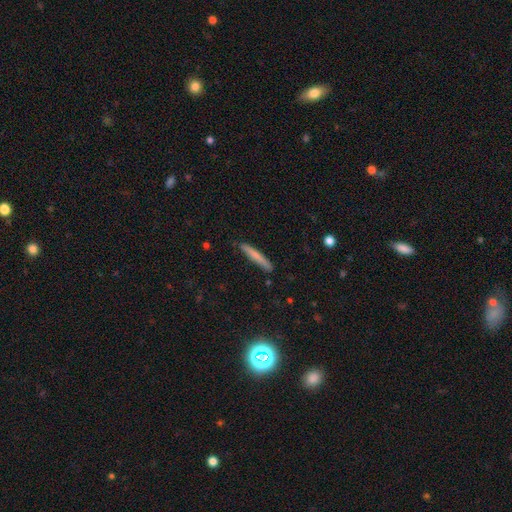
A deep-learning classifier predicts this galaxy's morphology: smooth-or-featured: smooth: 68% | featured or disk: 25% | star or artifact: 7%
  how-rounded: cigar-shaped: 95% | in between: 3% | round: 1%
  merging: none: 86% | minor disturbance: 11% | major disturbance: 2% | merger: 2%